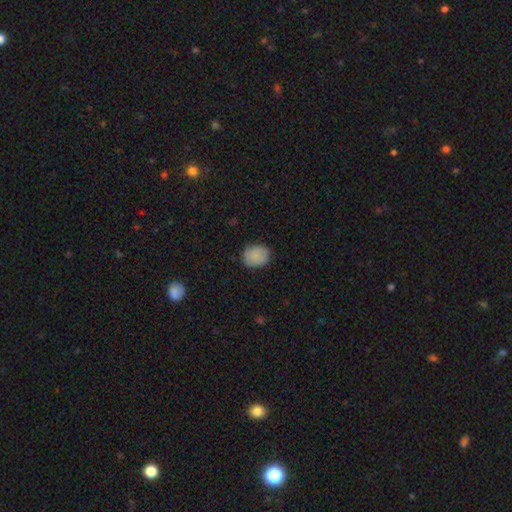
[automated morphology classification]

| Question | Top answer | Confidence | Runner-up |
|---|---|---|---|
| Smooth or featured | smooth | 86% | star or artifact (8%) |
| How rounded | in between | 50% | round (49%) |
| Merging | none | 78% | minor disturbance (18%) |